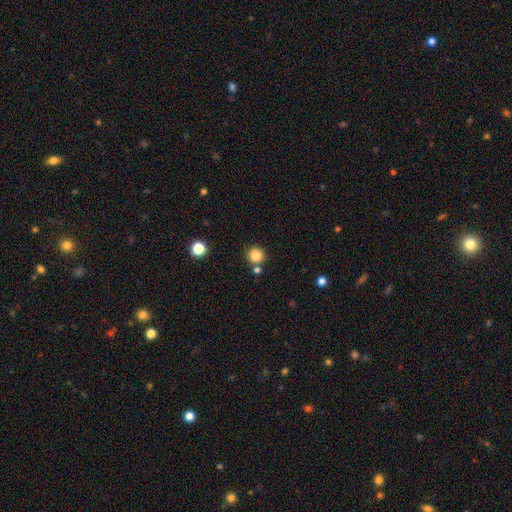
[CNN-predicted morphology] A smooth galaxy with no disk features (85%) that is round (94%). Merging: none (81%).